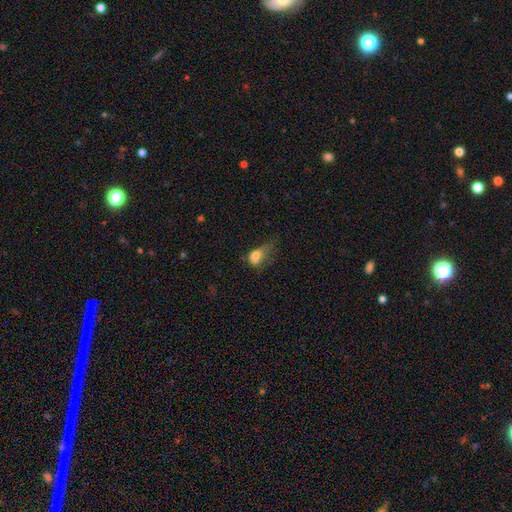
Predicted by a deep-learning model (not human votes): Smooth or featured? Predicted: smooth (p=0.72). How rounded? Predicted: in between (p=0.77). Merging? Predicted: major disturbance (p=0.51).